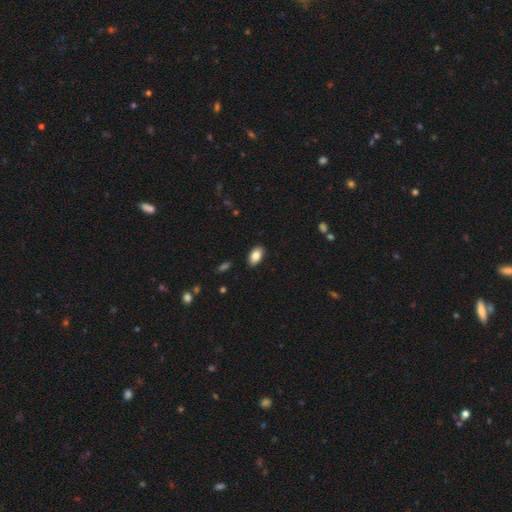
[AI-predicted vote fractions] smooth_or_featured: smooth (p=0.84) [alt: featured or disk p=0.08]
how_rounded: in between (p=0.93) [alt: round p=0.05]
merging: none (p=0.89) [alt: minor disturbance p=0.08]